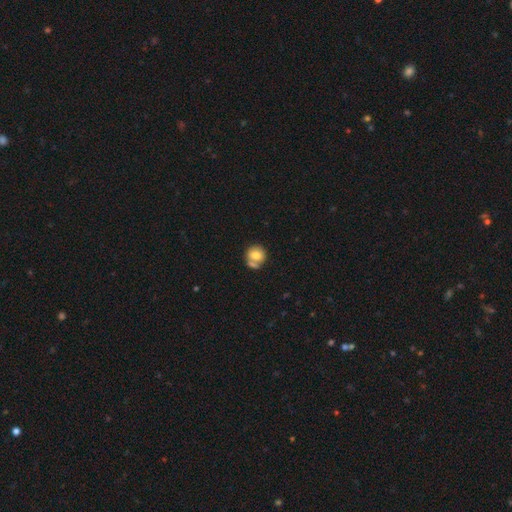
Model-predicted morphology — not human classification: This is likely a smooth galaxy (75%). How rounded: clearly round (83%). Merging: possibly none (48%).